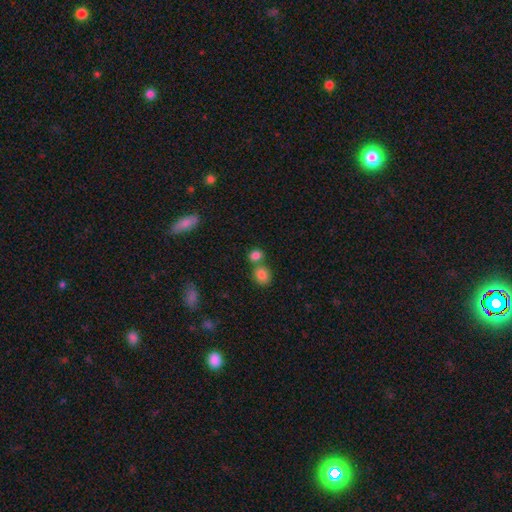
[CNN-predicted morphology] Smooth or featured: smooth — 83% (star or artifact — 11%)
How rounded: round — 60% (in between — 39%)
Merging: none — 51% (merger — 37%)